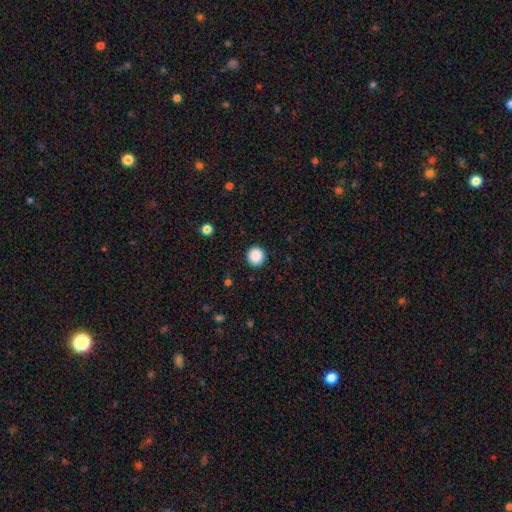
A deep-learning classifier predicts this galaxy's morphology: smooth_or_featured: smooth (p=0.89) [alt: star or artifact p=0.09]
how_rounded: round (p=0.88) [alt: in between p=0.11]
merging: none (p=0.91) [alt: minor disturbance p=0.06]